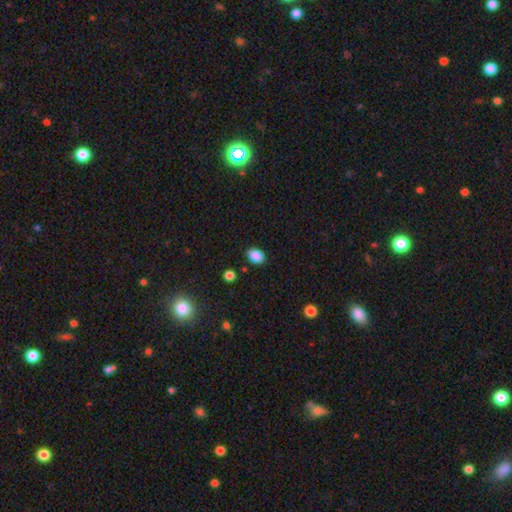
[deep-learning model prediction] smooth 87%, star or artifact 9%, featured or disk 4%. Down the decision tree: how rounded — in between (67%); merging — none (84%).